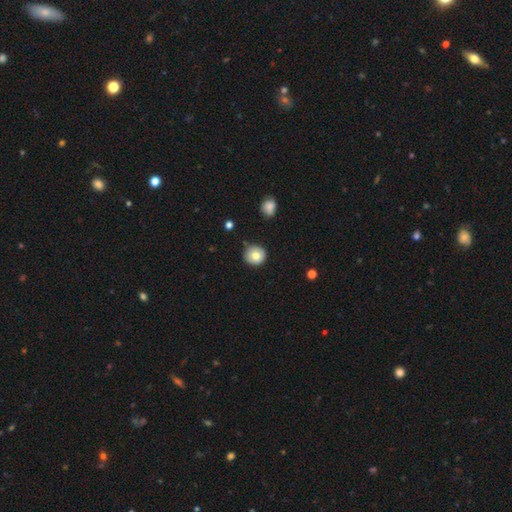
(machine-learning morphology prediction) This is likely a smooth galaxy (78%). How rounded: clearly round (92%). Merging: clearly none (84%).